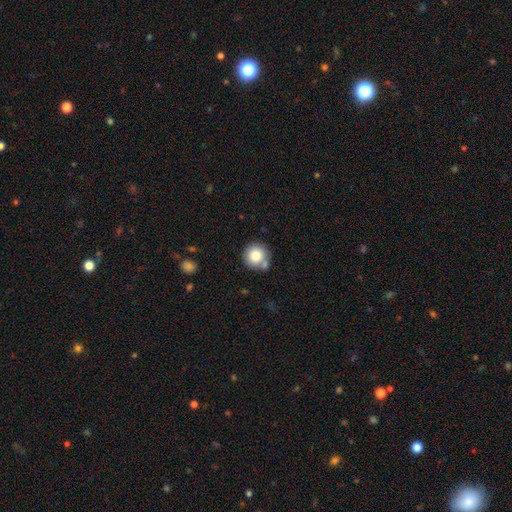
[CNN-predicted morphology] Smooth or featured? smooth (81%)
How rounded? round (94%)
Merging? none (68%)